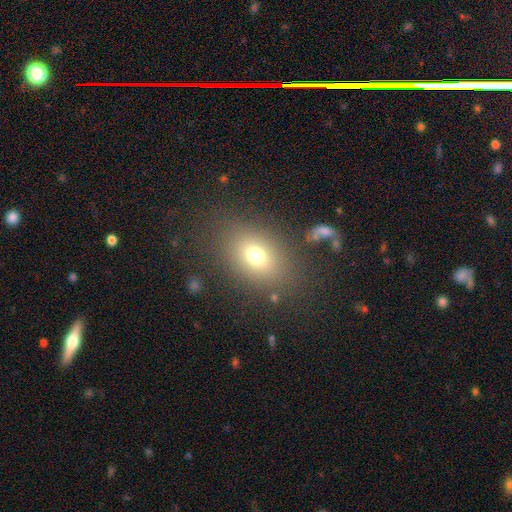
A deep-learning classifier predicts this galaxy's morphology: type=smooth (72%); roundness=in between (70%); merging=none (78%).